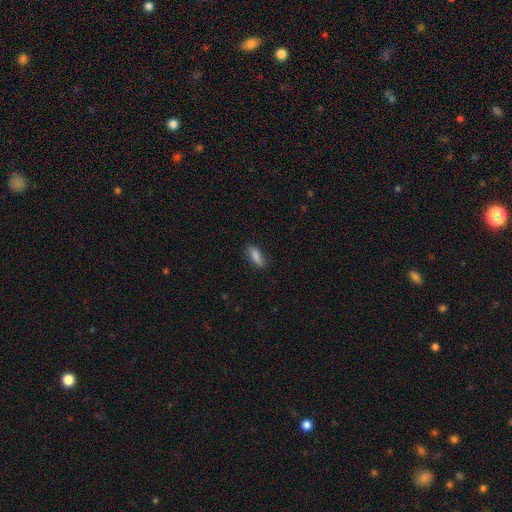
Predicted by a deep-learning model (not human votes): A smooth galaxy with no disk features (83%) that is in between round and cigar-shaped (71%). Merging: none (80%).